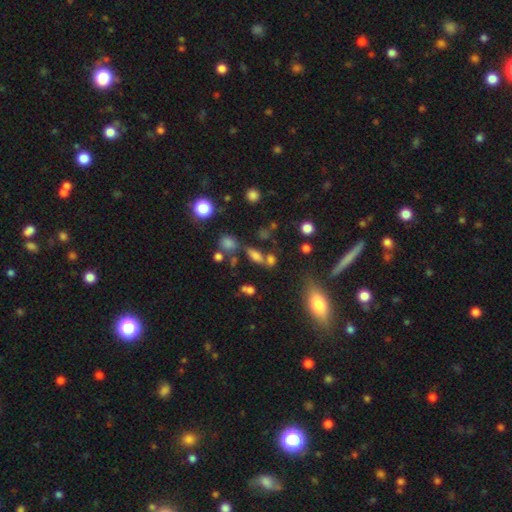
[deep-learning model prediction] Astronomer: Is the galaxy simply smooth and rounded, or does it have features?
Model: smooth — 67%.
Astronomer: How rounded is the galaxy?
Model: in between — 71%.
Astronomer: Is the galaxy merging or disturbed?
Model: none — 57%.